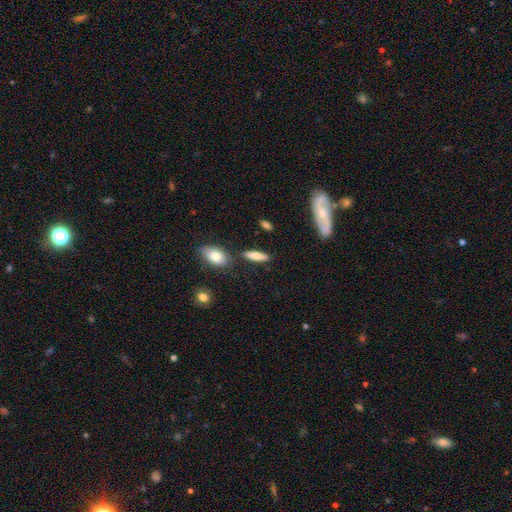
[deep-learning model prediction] Overall: smooth (73%). How rounded: cigar-shaped (60%; in between 38%). Merging: none (80%).